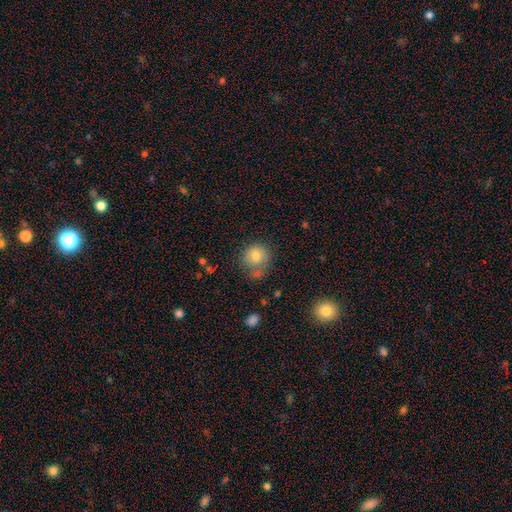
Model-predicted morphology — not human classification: Smooth or featured? smooth (79%)
How rounded? round (83%)
Merging? none (61%)